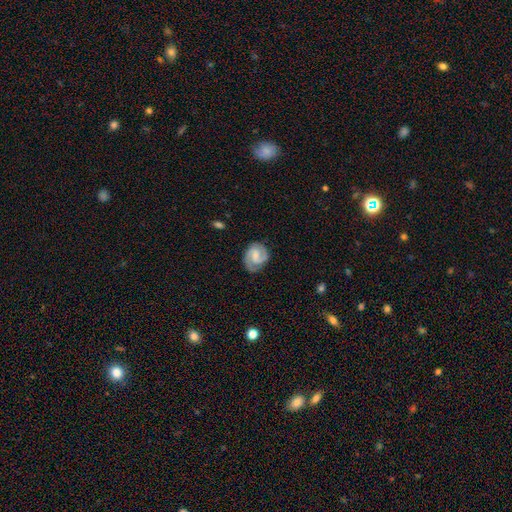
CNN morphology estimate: This is likely a featured or disk galaxy (77%). It is clearly not viewed edge-on (98%). Bar: possibly weak (52%). Spiral arm pattern: clearly yes (95%). Spiral arm count: clearly 2 (82%). Spiral winding: possibly tight (45%). Central bulge: marginally small (35%). Merging: likely none (75%).